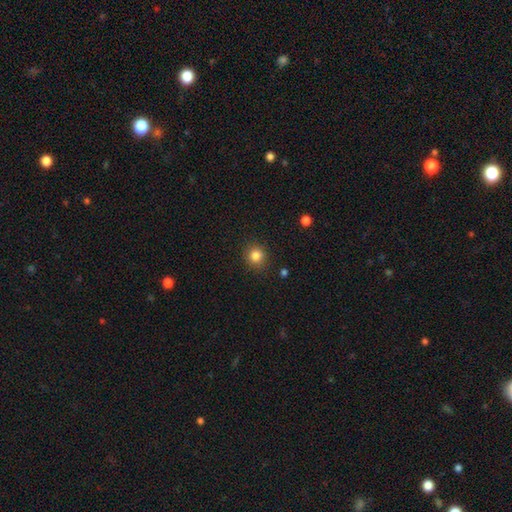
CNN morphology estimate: Q: Smooth or featured?
A: smooth (84%); runner-up: star or artifact (11%)
Q: How rounded?
A: round (88%); runner-up: in between (11%)
Q: Merging?
A: none (89%); runner-up: minor disturbance (8%)